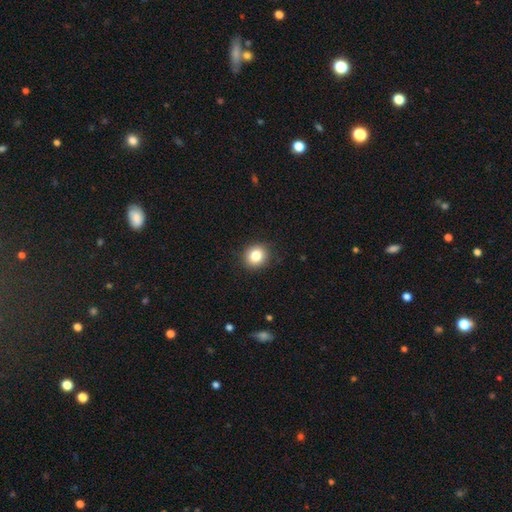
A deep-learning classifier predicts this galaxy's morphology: The model was most divided on "how rounded": round: 81%, in between: 18%, cigar-shaped: 1%. More confident: merging — none (90%); smooth or featured — smooth (83%).